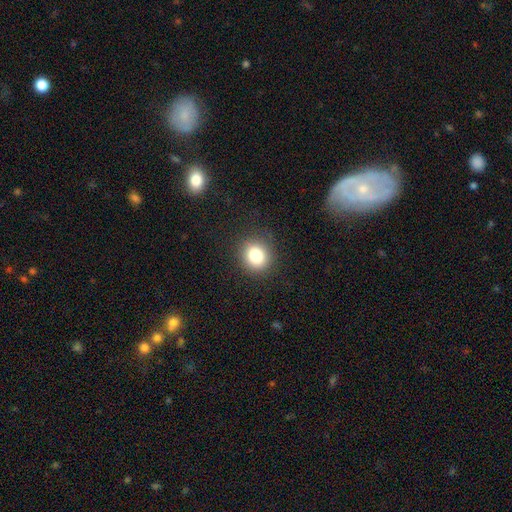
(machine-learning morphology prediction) A smooth galaxy with no disk features (81%) that is round (86%).

Vote fractions:
- Smooth or featured? smooth: 81% / star or artifact: 11% / featured or disk: 8%
- How rounded? round: 86% / in between: 13% / cigar-shaped: 1%
- Merging? none: 88% / minor disturbance: 8% / major disturbance: 3% / merger: 1%